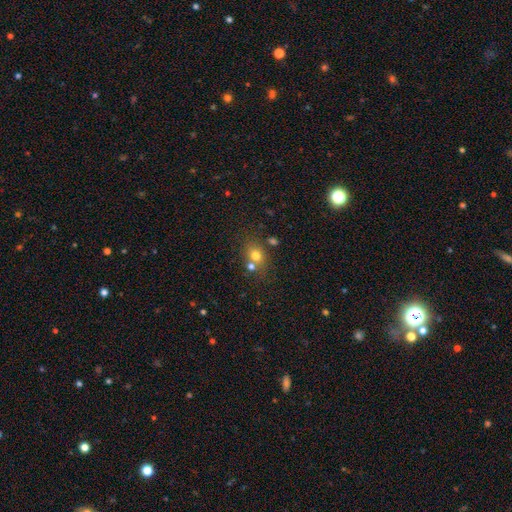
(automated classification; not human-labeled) Smooth or featured? Predicted: smooth (p=0.72). How rounded? Predicted: round (p=0.50). Merging? Predicted: none (p=0.56).